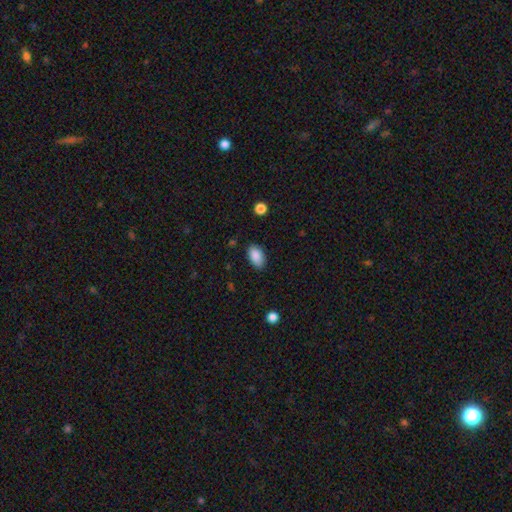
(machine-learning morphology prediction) This is clearly a smooth galaxy (88%). How rounded: clearly in between (93%). Merging: clearly none (83%).